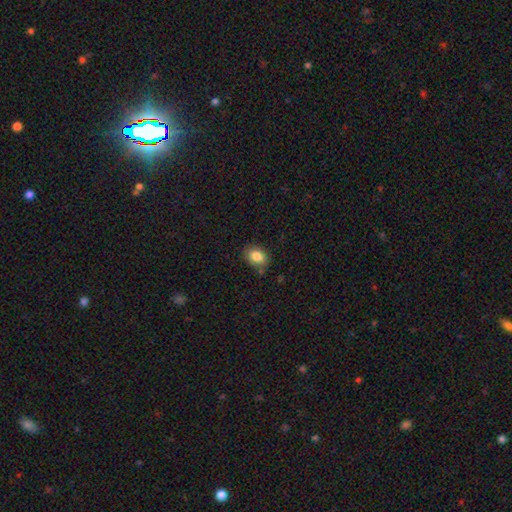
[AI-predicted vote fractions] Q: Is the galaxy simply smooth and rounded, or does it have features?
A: smooth — 84%.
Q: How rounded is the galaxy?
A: in between — 71%.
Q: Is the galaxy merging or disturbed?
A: none — 78%.